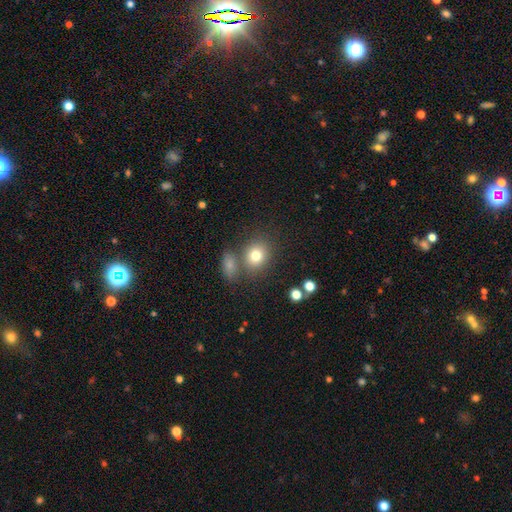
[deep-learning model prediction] smooth 78%, star or artifact 12%, featured or disk 10%. Down the decision tree: how rounded — round (64%); merging — none (68%).